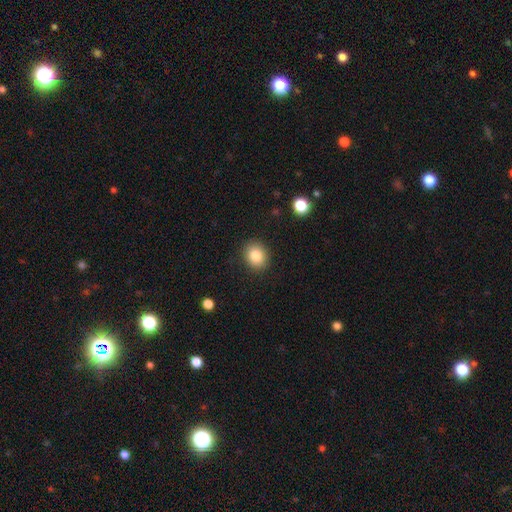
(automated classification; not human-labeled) This is clearly a smooth galaxy (84%). How rounded: likely round (68%). Merging: clearly none (89%).